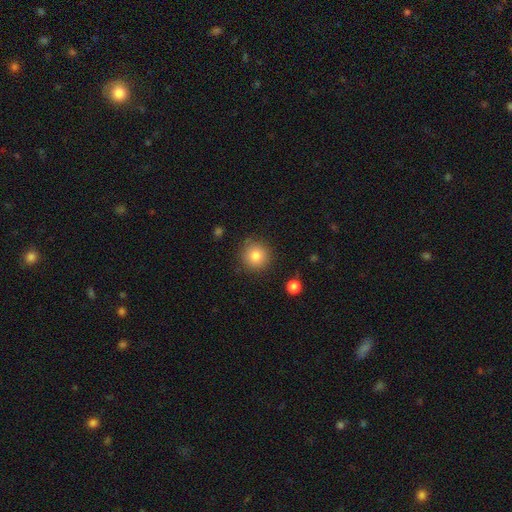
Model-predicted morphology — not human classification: Overall: smooth (82%). How rounded: round (94%). Merging: none (86%).